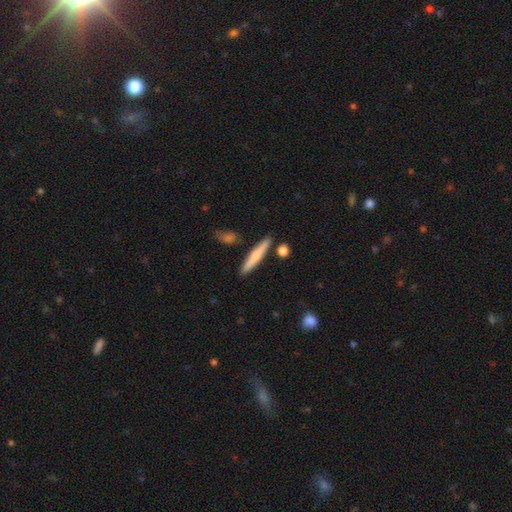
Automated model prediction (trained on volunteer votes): Smooth or featured: smooth — 61% (featured or disk — 33%)
How rounded: cigar-shaped — 91% (in between — 6%)
Merging: none — 86% (minor disturbance — 8%)